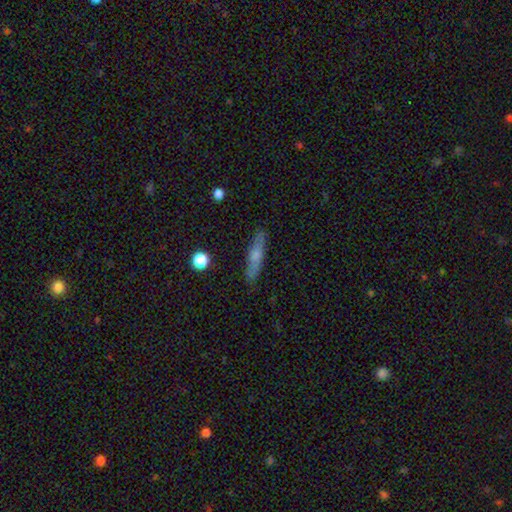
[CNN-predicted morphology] A smooth galaxy with no disk features (53%) that is cigar-shaped (82%). Merging: none (85%).